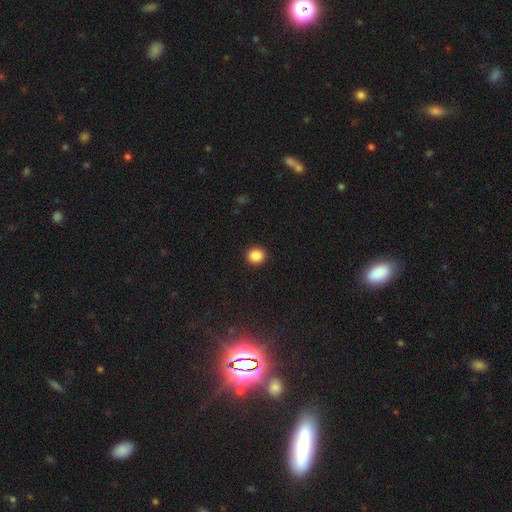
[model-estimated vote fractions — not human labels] Smooth or featured? smooth (87%)
How rounded? round (83%)
Merging? none (92%)